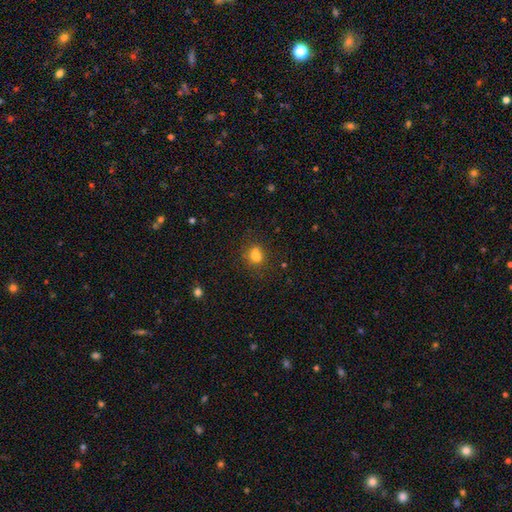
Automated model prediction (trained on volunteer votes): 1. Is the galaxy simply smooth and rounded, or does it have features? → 74% smooth, 15% star or artifact, 11% featured or disk.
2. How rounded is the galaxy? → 50% in between, 48% round, 2% cigar-shaped.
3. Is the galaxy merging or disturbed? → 54% none, 22% merger, 17% minor disturbance, 7% major disturbance.